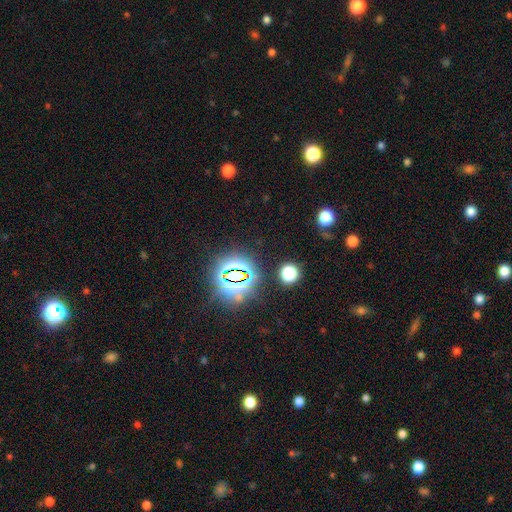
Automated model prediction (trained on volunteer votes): This is likely a star or artifact rather than a galaxy (75%).